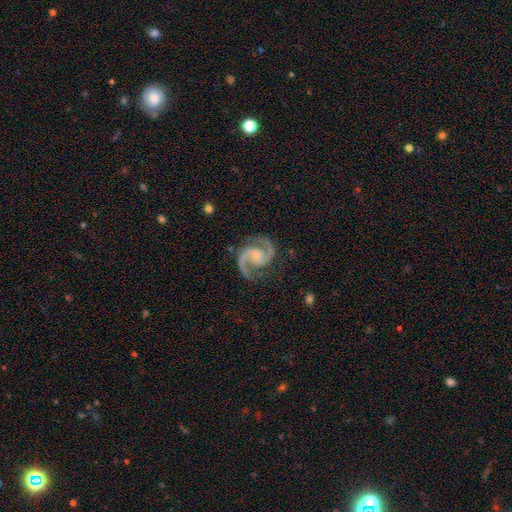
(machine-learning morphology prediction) Overall: featured or disk (94%). Edge-on disk: no (99%). Bar: no (51%; weak 37%). Spiral arms: yes (99%). Spiral arm count: 2 (95%). Spiral winding: medium (67%). Bulge size: small (51%; moderate 26%). Merging: none (82%).